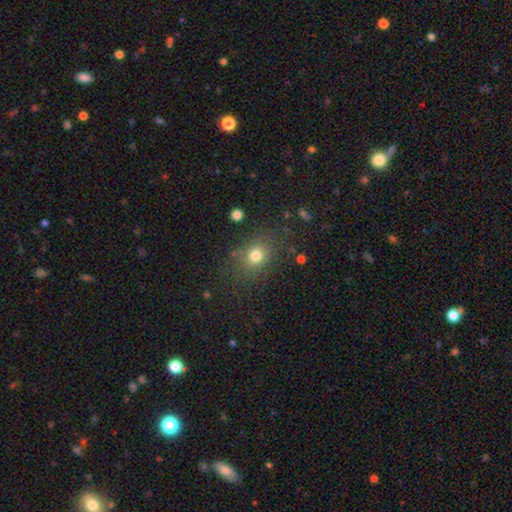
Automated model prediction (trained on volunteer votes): The model was most divided on "how rounded": round: 54%, in between: 45%, cigar-shaped: 1%. More confident: merging — none (79%); smooth or featured — smooth (76%).